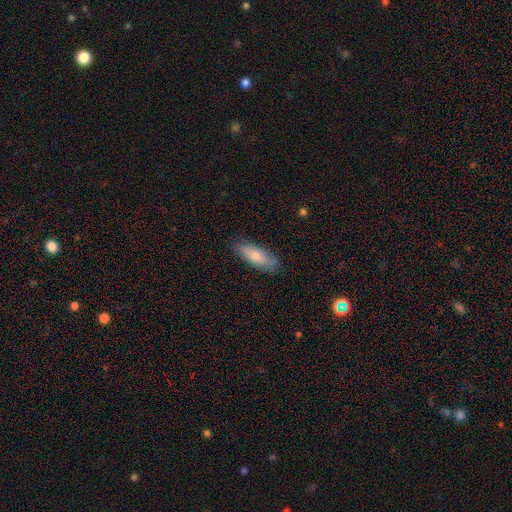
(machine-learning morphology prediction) Smooth or featured: smooth — 76% (featured or disk — 18%)
How rounded: in between — 62% (cigar-shaped — 36%)
Merging: none — 81% (minor disturbance — 15%)